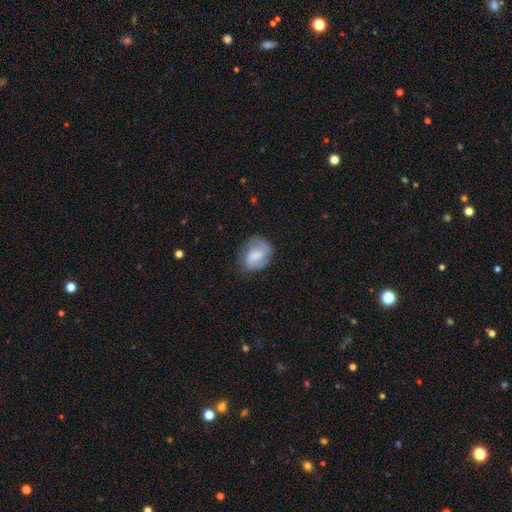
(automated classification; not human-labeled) Smooth or featured: smooth — 51% (featured or disk — 42%)
How rounded: in between — 49% (tied with round — 49%)
Merging: none — 63% (minor disturbance — 24%)